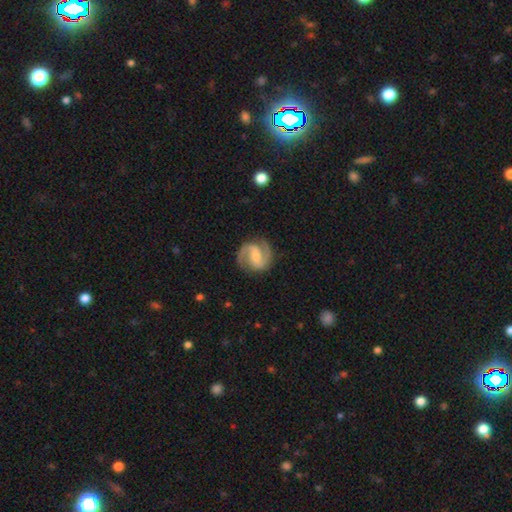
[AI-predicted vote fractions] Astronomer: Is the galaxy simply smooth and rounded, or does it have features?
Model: featured or disk — 89%.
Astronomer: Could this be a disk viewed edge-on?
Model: no — 98%.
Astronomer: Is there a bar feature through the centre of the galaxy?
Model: weak — 48% (runner-up: strong, 30%).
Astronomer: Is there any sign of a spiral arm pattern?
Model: yes — 98%.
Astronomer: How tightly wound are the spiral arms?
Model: medium — 56%.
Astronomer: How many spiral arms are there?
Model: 2 — 93%.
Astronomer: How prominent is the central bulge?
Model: small — 46% (runner-up: moderate, 44%).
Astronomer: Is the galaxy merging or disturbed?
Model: none — 85%.